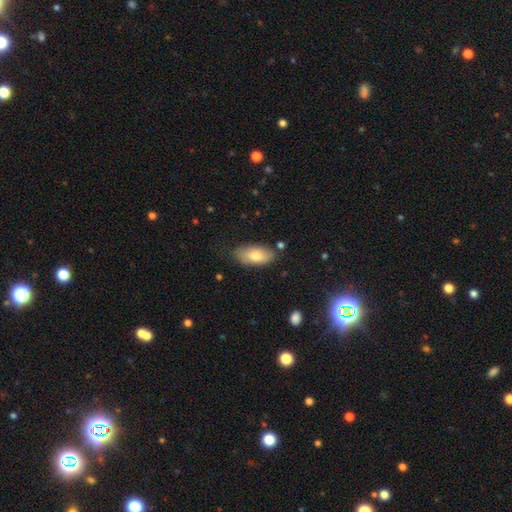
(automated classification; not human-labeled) The model was most divided on "smooth or featured": smooth: 75%, featured or disk: 18%, star or artifact: 6%. More confident: how rounded — in between (91%); merging — none (76%).